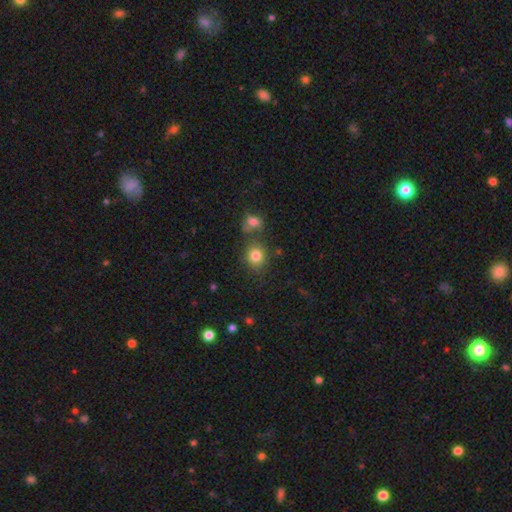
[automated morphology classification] smooth 82%, star or artifact 12%, featured or disk 7%. Down the decision tree: how rounded — round (75%); merging — none (71%).